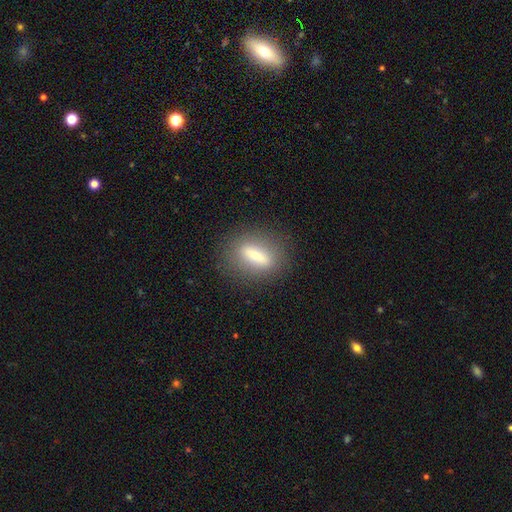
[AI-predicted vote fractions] Smooth or featured?
  - smooth: 62% *
  - featured or disk: 28%
  - star or artifact: 9%
How rounded?
  - in between: 48% *
  - cigar-shaped: 40%
  - round: 12%
Merging?
  - none: 85% *
  - minor disturbance: 9%
  - major disturbance: 5%
  - merger: 1%